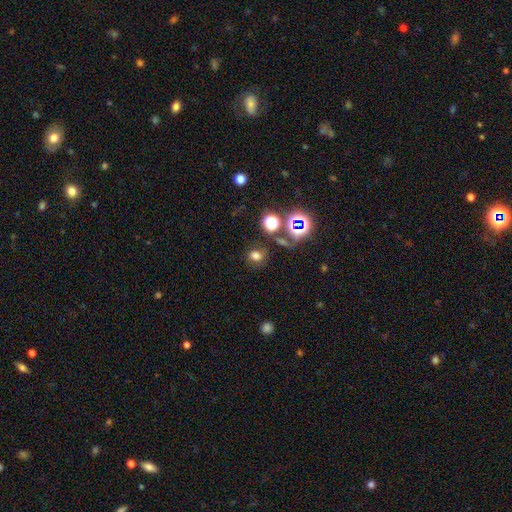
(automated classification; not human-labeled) The model was most divided on "how rounded": round: 54%, in between: 45%, cigar-shaped: 2%. More confident: merging — none (75%); smooth or featured — smooth (63%).